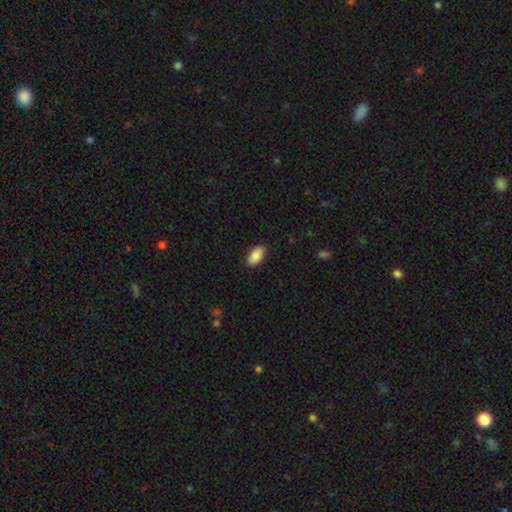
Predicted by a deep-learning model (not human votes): A smooth galaxy with no disk features (88%) that is in between round and cigar-shaped (92%).

Vote fractions:
- Smooth or featured? smooth: 88% / featured or disk: 6% / star or artifact: 6%
- How rounded? in between: 92% / cigar-shaped: 6% / round: 2%
- Merging? none: 88% / minor disturbance: 9% / major disturbance: 2% / merger: 1%